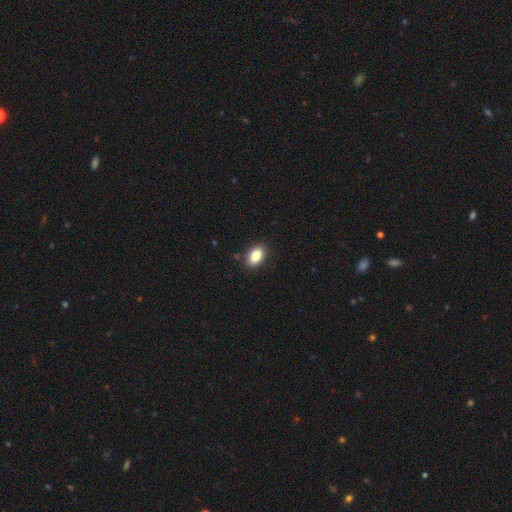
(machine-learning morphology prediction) This appears to be a smooth galaxy with no disk features (84%) that is in between round and cigar-shaped (88%). Merging: none (88%).